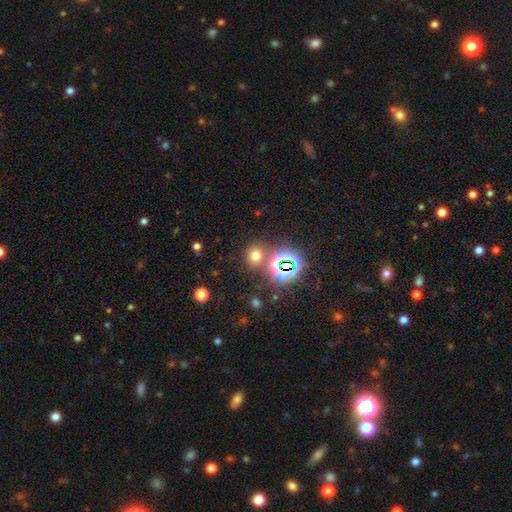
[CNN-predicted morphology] This is likely a smooth galaxy (60%). How rounded: likely round (75%). Merging: likely none (73%).